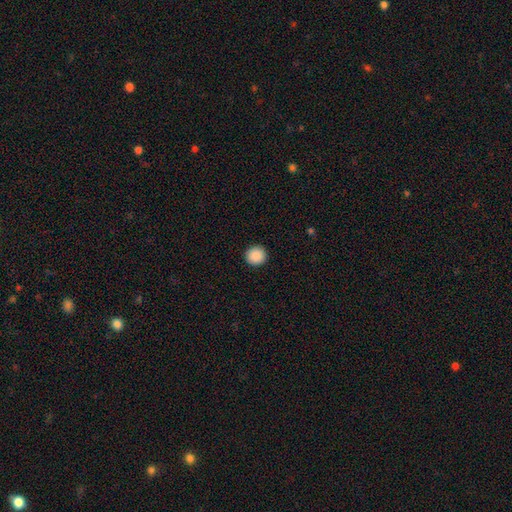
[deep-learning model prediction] Overall: smooth (90%). How rounded: round (94%). Merging: none (93%).